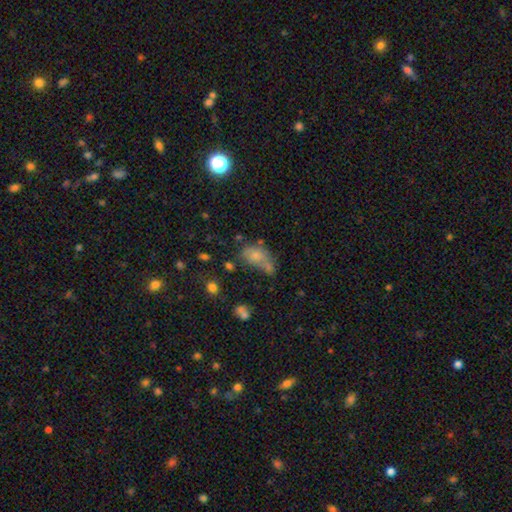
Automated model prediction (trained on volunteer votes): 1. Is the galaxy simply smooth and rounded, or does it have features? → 69% smooth, 19% featured or disk, 12% star or artifact.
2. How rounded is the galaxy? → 83% in between, 15% round, 3% cigar-shaped.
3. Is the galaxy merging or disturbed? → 36% merger, 28% none, 20% minor disturbance, 16% major disturbance.